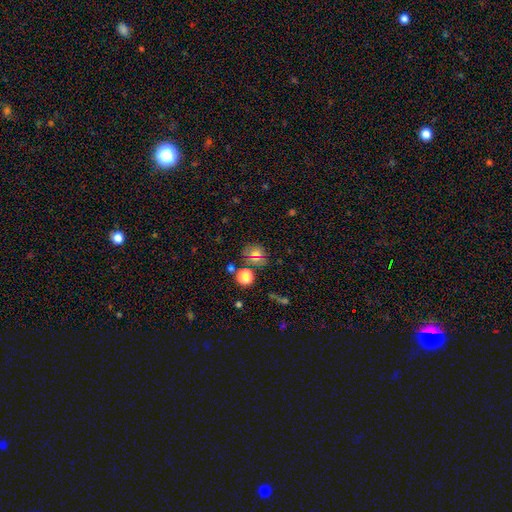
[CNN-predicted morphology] The model was most divided on "how rounded": round: 70%, in between: 29%, cigar-shaped: 1%. More confident: merging — none (72%); smooth or featured — smooth (65%).